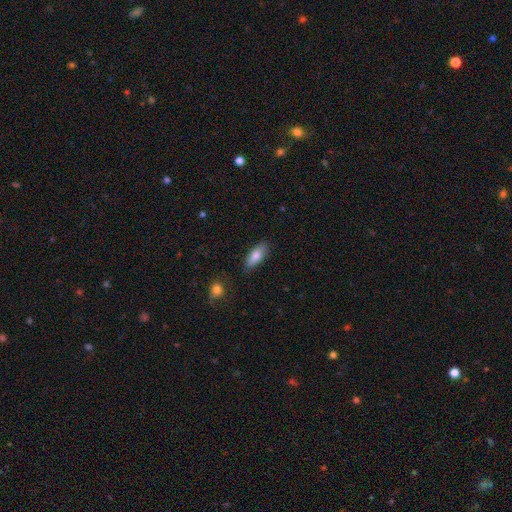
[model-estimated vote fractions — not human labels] Smooth or featured? Predicted: smooth (p=0.78). How rounded? Predicted: in between (p=0.74). Merging? Predicted: none (p=0.84).